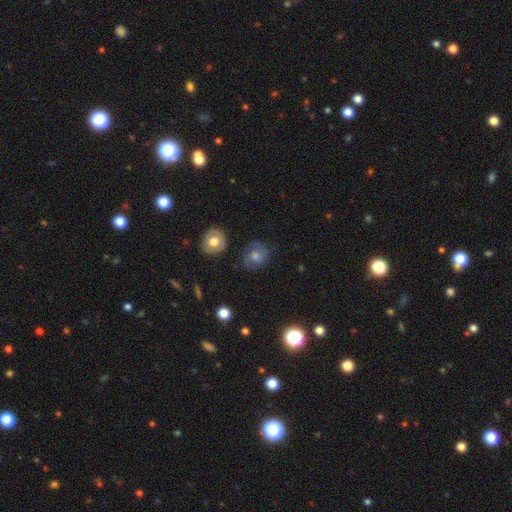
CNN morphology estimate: The model was most divided on "smooth or featured": featured or disk: 54%, smooth: 31%, star or artifact: 14%. More confident: edge-on disk — no (96%); spiral arms — yes (83%); merging — none (73%); bar — no (66%); bulge size — moderate (60%).